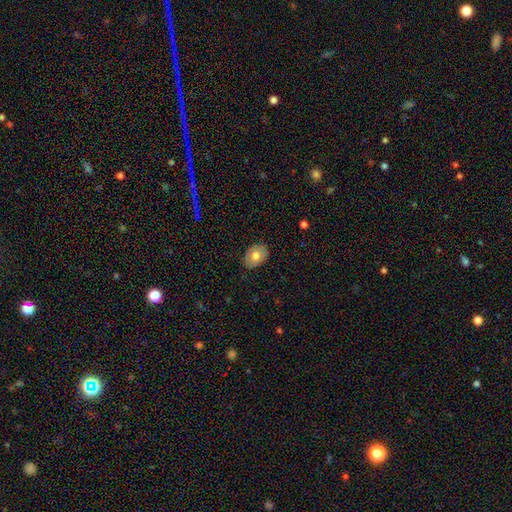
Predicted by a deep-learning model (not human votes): Smooth or featured? smooth (71%)
How rounded? in between (79%)
Merging? none (84%)